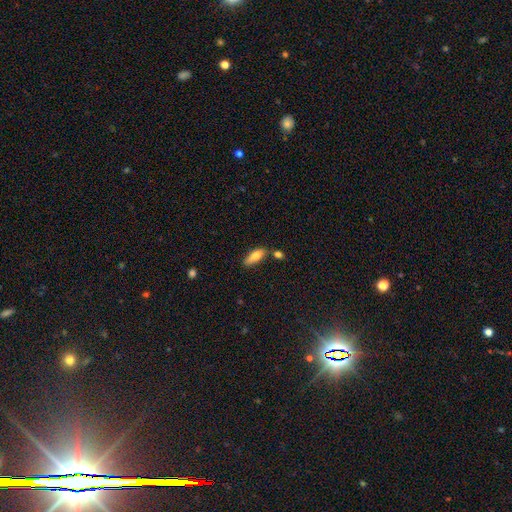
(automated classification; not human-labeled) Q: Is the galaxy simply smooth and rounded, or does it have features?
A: smooth — 78%.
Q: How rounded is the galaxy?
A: in between — 67%.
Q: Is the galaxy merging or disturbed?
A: none — 63%.